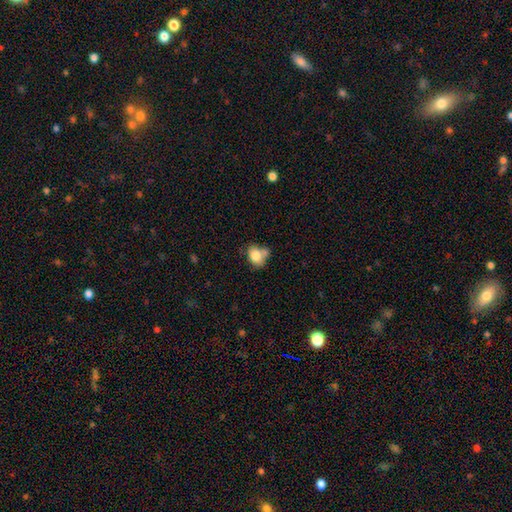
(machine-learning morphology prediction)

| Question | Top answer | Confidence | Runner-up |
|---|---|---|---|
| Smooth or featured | smooth | 79% | featured or disk (11%) |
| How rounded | in between | 56% | round (42%) |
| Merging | none | 43% | merger (28%) |